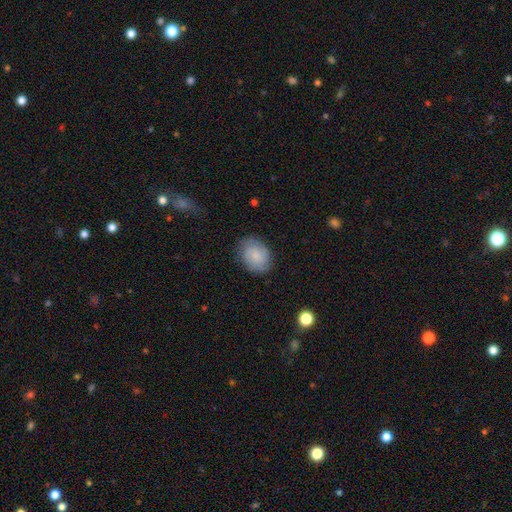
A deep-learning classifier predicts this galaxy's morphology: smooth_or_featured: smooth (p=0.67) [alt: featured or disk p=0.25]
how_rounded: in between (p=0.67) [alt: round p=0.32]
merging: none (p=0.78) [alt: minor disturbance p=0.16]